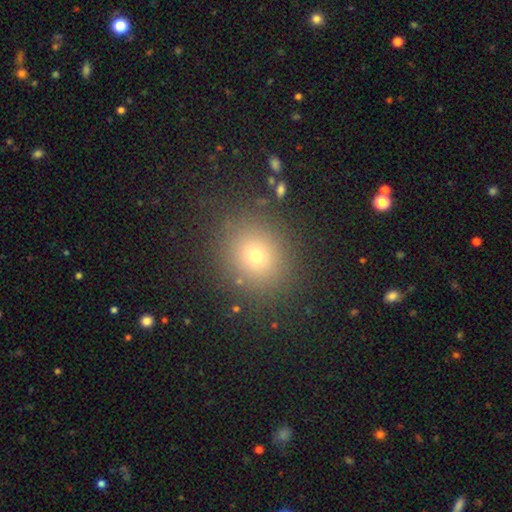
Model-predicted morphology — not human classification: This appears to be a smooth galaxy with no disk features (70%) that is round (80%). Merging: none (85%).